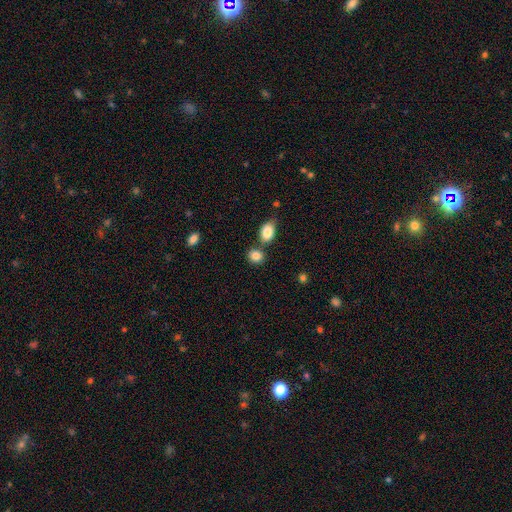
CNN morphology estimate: The model was most divided on "how rounded": round: 54%, in between: 44%, cigar-shaped: 1%. More confident: smooth or featured — smooth (85%); merging — none (62%).